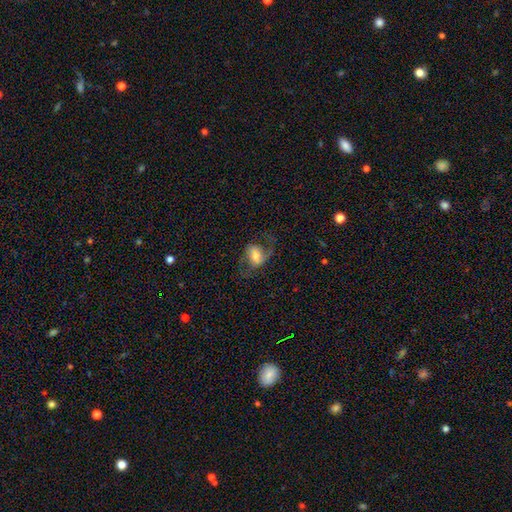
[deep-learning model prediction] featured or disk 65%, smooth 27%, star or artifact 8%. Down the decision tree: edge-on disk — no (96%); bar — weak (40%); spiral arms — yes (89%); spiral arm count — 2 (87%); spiral winding — loose (49%); bulge size — moderate (51%); merging — none (62%).